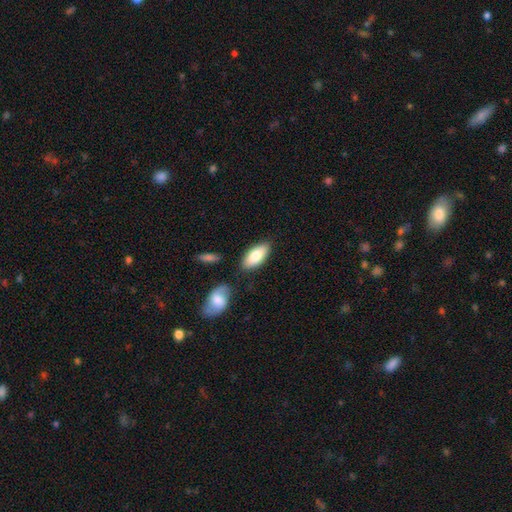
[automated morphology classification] This is clearly a smooth galaxy (81%). How rounded: clearly in between (89%). Merging: likely none (79%).